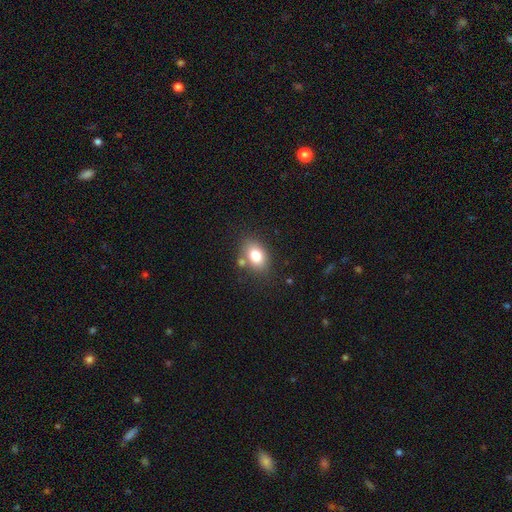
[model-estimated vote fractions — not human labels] Smooth or featured: smooth — 79% (featured or disk — 11%)
How rounded: in between — 77% (round — 22%)
Merging: none — 72% (minor disturbance — 14%)